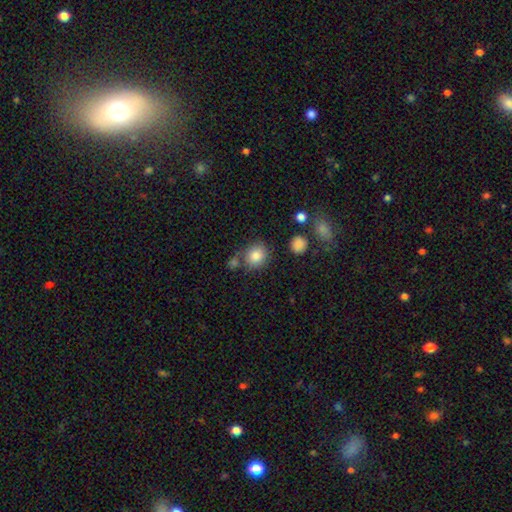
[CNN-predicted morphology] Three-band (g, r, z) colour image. It shows a smooth galaxy with no disk features (84%) that is round (75%). Merging: none (68%).